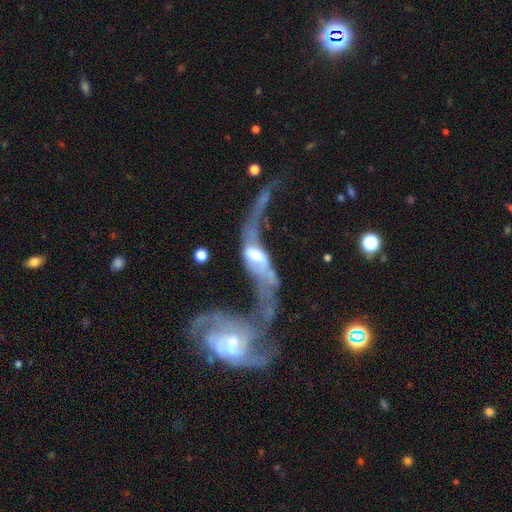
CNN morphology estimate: Smooth or featured? featured or disk (73%)
Edge-on disk? no (83%)
Bar? no (37%, tied with weak)
Spiral arms? yes (66%)
Bulge size? moderate (42%)
Merging? merger (57%)